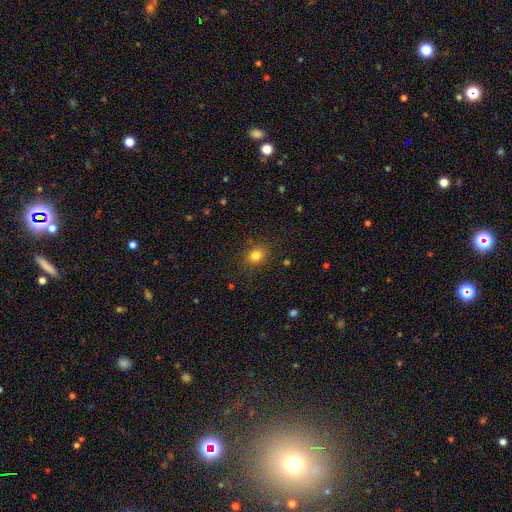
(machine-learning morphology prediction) Q: Smooth or featured?
A: smooth (81%); runner-up: star or artifact (12%)
Q: How rounded?
A: round (65%); runner-up: in between (34%)
Q: Merging?
A: none (84%); runner-up: minor disturbance (11%)